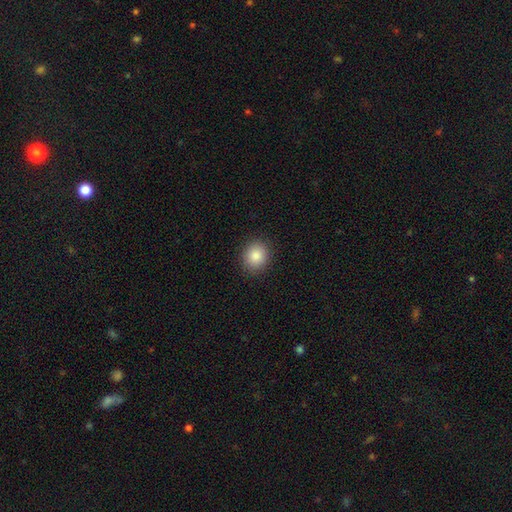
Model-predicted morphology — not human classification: Overall: smooth (86%). How rounded: round (75%). Merging: none (90%).